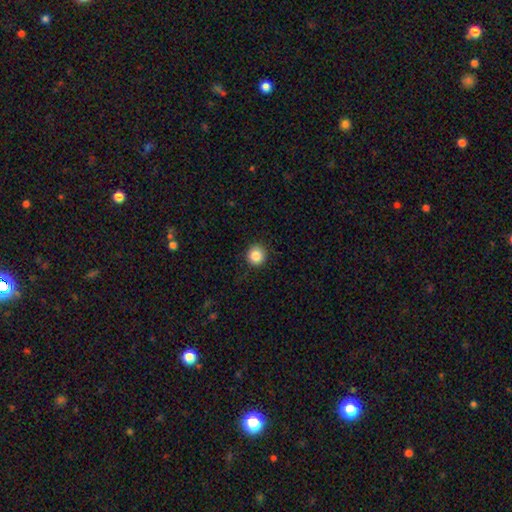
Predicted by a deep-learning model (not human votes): Q: Smooth or featured?
A: smooth (86%); runner-up: star or artifact (10%)
Q: How rounded?
A: round (94%); runner-up: in between (5%)
Q: Merging?
A: none (91%); runner-up: minor disturbance (6%)